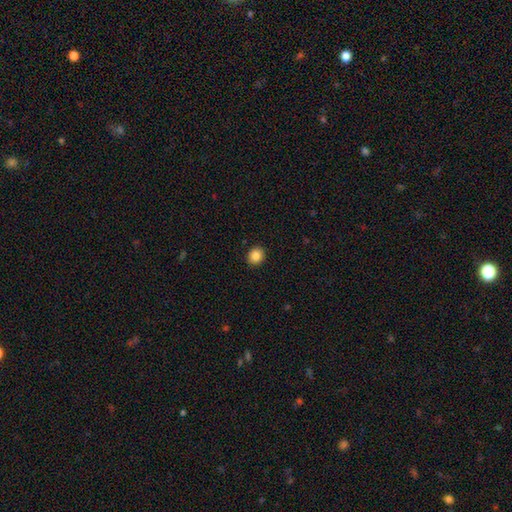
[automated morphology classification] smooth 86%, star or artifact 10%, featured or disk 4%. Down the decision tree: how rounded — round (81%); merging — none (92%).